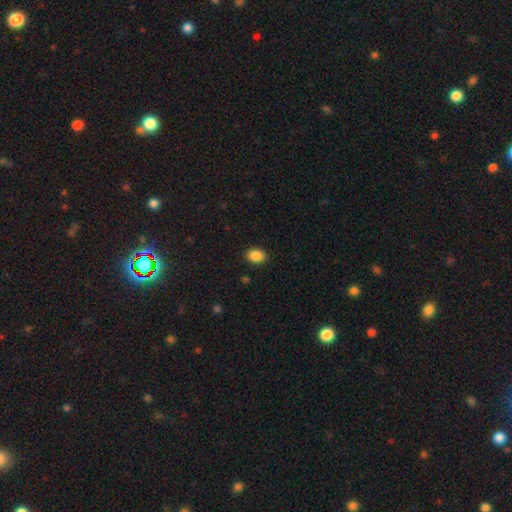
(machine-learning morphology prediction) type=smooth (89%); roundness=in between (76%); merging=none (89%).